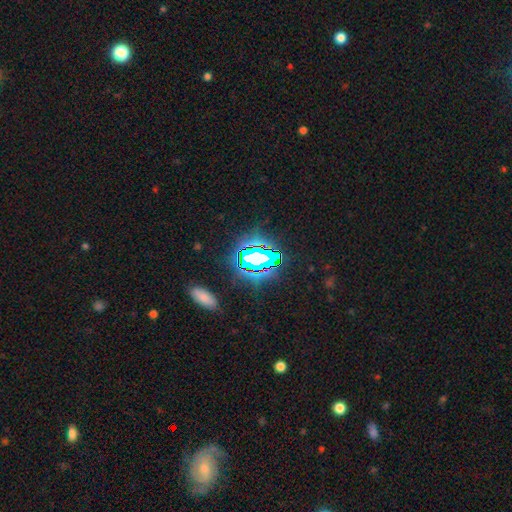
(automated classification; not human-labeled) Morphology: type=star or artifact (69%).